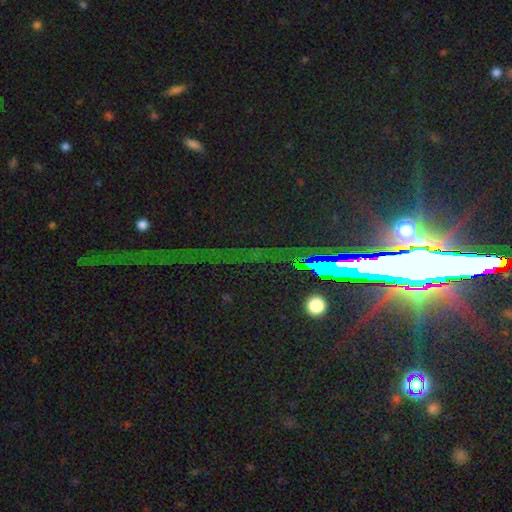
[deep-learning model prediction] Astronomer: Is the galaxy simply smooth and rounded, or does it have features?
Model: star or artifact — 73%.